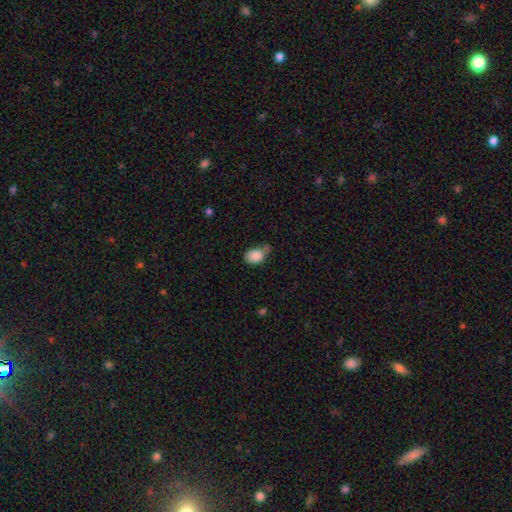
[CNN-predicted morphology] This is clearly a smooth galaxy (87%). How rounded: likely in between (78%). Merging: possibly none (45%).